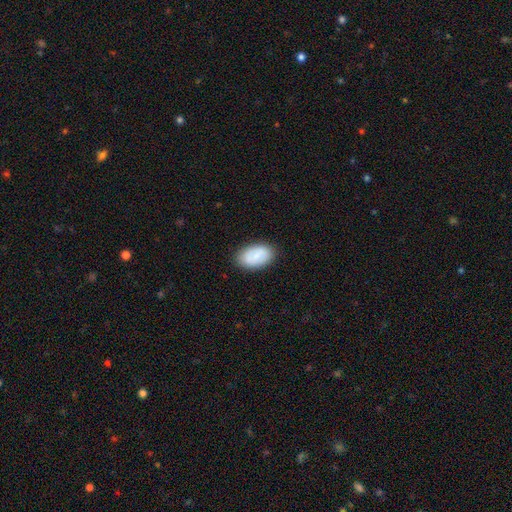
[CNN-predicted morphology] Smooth or featured?
  - smooth: 77% *
  - featured or disk: 17%
  - star or artifact: 7%
How rounded?
  - in between: 92% *
  - round: 7%
  - cigar-shaped: 1%
Merging?
  - none: 87% *
  - minor disturbance: 10%
  - major disturbance: 2%
  - merger: 1%